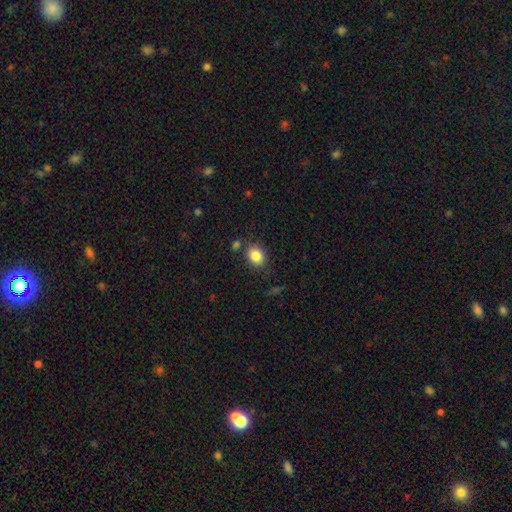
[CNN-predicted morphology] The model was most divided on "how rounded": in between: 57%, round: 42%, cigar-shaped: 1%. More confident: smooth or featured — smooth (85%); merging — none (79%).